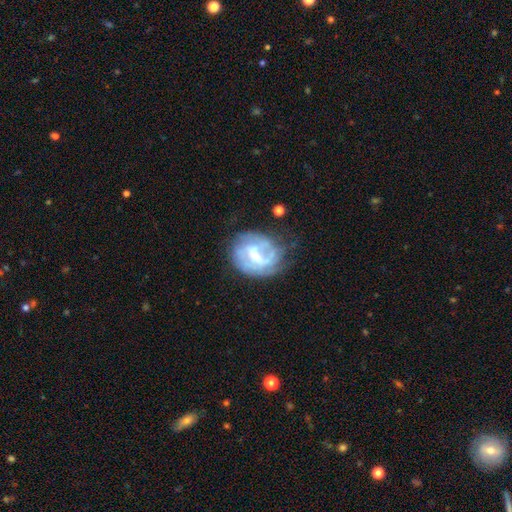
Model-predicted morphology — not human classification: smooth_or_featured: featured or disk (p=0.73) [alt: smooth p=0.20]
disk_edge_on: no (p=0.97) [alt: yes p=0.03]
bar: weak (p=0.49) [alt: strong p=0.35]
has_spiral_arms: yes (p=0.69) [alt: no p=0.31]
bulge_size: moderate (p=0.46) [alt: small p=0.36]
merging: none (p=0.51) [alt: minor disturbance p=0.27]